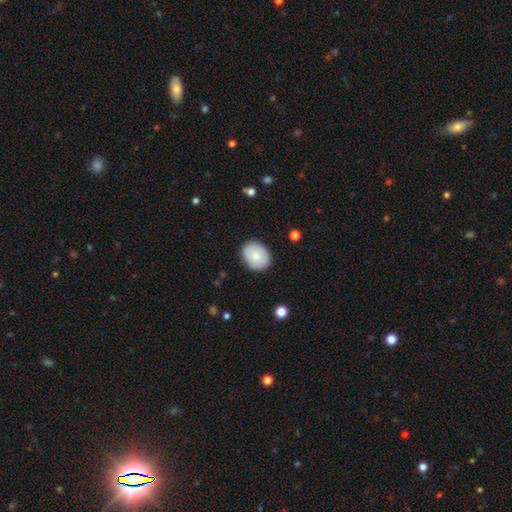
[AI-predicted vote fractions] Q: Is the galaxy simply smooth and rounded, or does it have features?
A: smooth — 82%.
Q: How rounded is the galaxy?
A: in between — 57%.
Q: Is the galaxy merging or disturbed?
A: none — 87%.